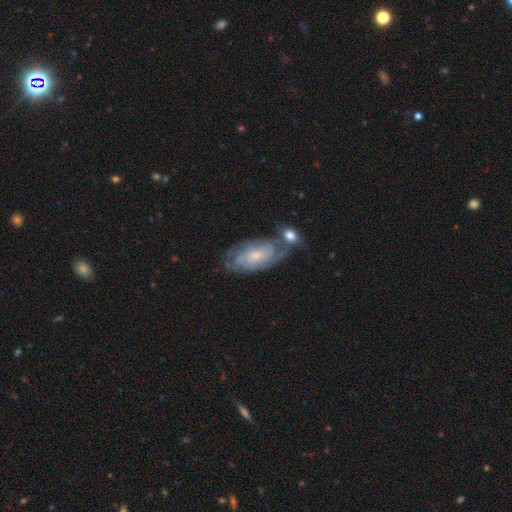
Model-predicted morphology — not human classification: Smooth or featured: featured or disk — 70% (smooth — 23%)
Edge-on disk: no — 93% (yes — 7%)
Bar: no — 67% (weak — 28%)
Spiral arms: yes — 88% (no — 12%)
Spiral winding: tight — 65% (medium — 27%)
Spiral arm count: can't tell — 53% (2 — 22%)
Bulge size: small — 64% (moderate — 29%)
Merging: none — 54% (minor disturbance — 19%)